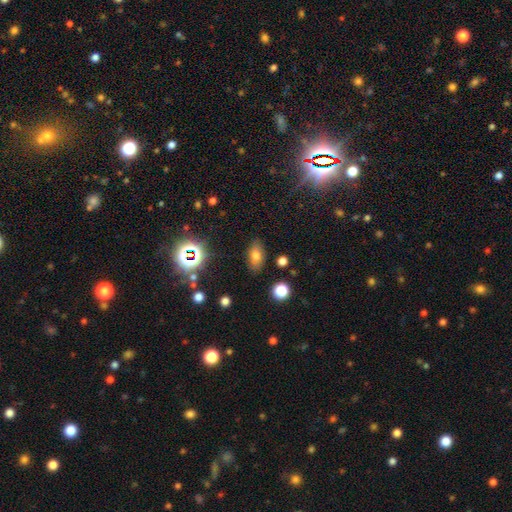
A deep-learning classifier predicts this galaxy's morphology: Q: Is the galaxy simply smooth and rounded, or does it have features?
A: smooth — 71%.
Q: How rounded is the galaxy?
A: in between — 86%.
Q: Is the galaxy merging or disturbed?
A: none — 85%.